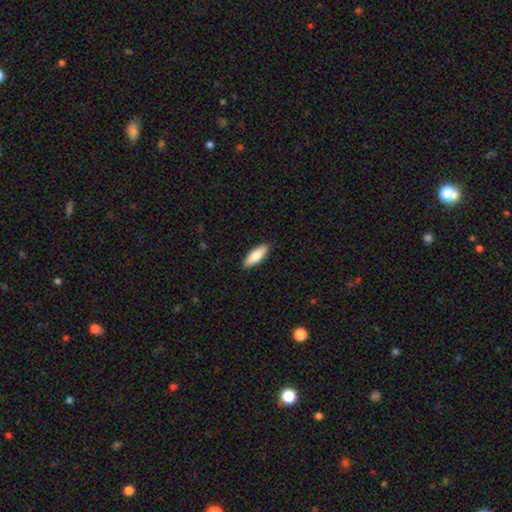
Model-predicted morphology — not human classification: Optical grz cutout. It shows a smooth galaxy with no disk features (80%) that is in between round and cigar-shaped (64%). Merging: none (90%).